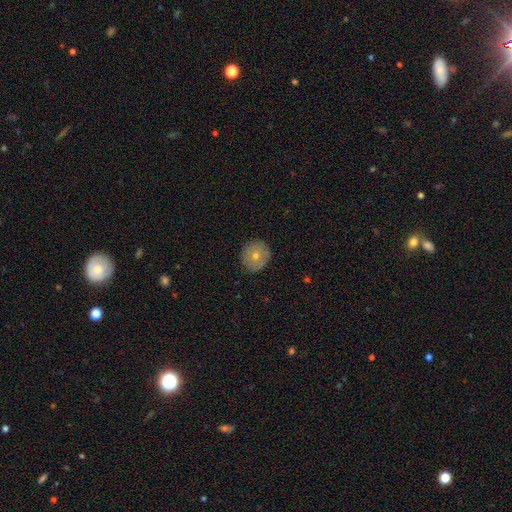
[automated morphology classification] smooth 63%, featured or disk 29%, star or artifact 8%. Down the decision tree: how rounded — round (89%); merging — none (86%).